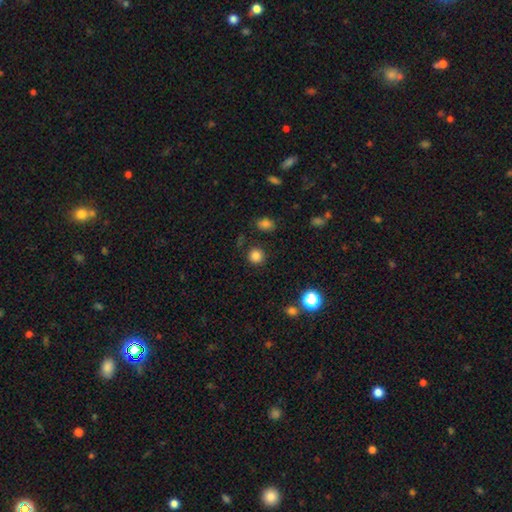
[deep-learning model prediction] This is clearly a smooth galaxy (82%). How rounded: clearly round (91%). Merging: clearly none (86%).